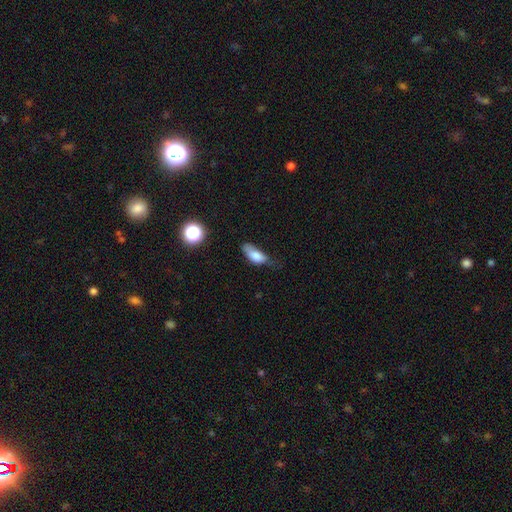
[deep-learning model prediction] Smooth or featured: smooth — 75% (featured or disk — 16%)
How rounded: in between — 79% (cigar-shaped — 16%)
Merging: minor disturbance — 39% (none — 30%)